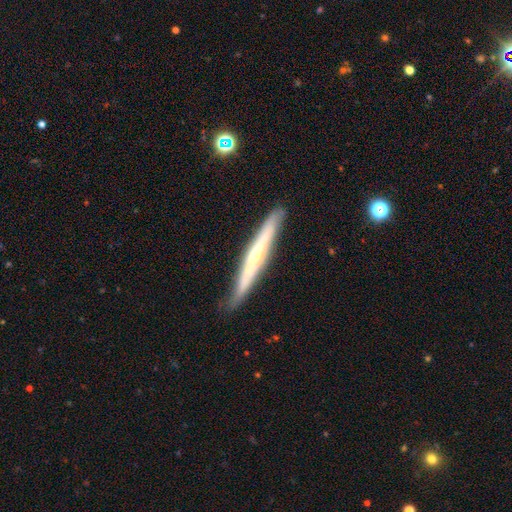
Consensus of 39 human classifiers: This appears to be a featured or disk galaxy (64%) viewed edge-on (100%) with a rounded central bulge (68%). Merging: none (86%).